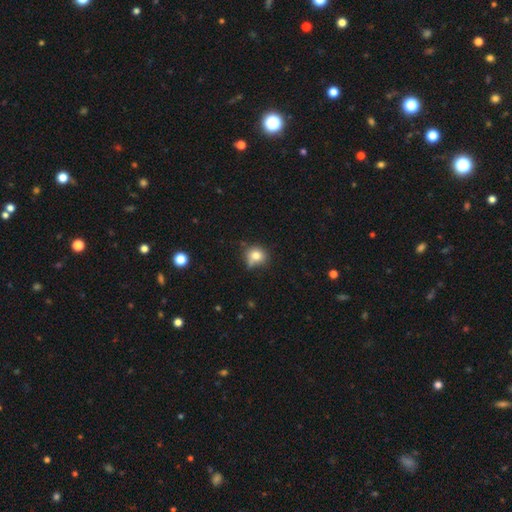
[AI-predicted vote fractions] A smooth galaxy with no disk features (78%) that is round (78%).

Vote fractions:
- Smooth or featured? smooth: 78% / star or artifact: 12% / featured or disk: 10%
- How rounded? round: 78% / in between: 21% / cigar-shaped: 1%
- Merging? none: 57% / minor disturbance: 26% / merger: 9% / major disturbance: 8%